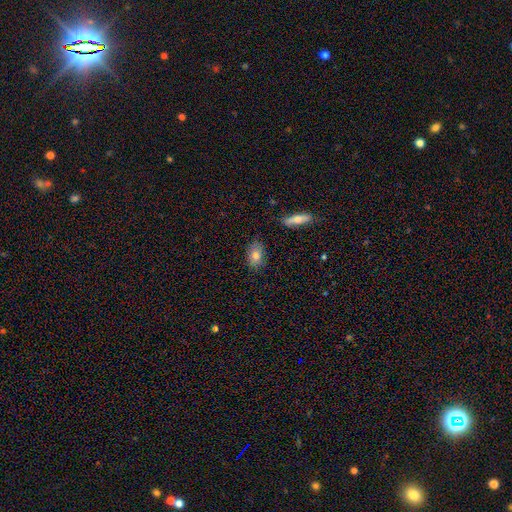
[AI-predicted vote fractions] Smooth or featured? Predicted: smooth (p=0.78). How rounded? Predicted: in between (p=0.83). Merging? Predicted: none (p=0.80).